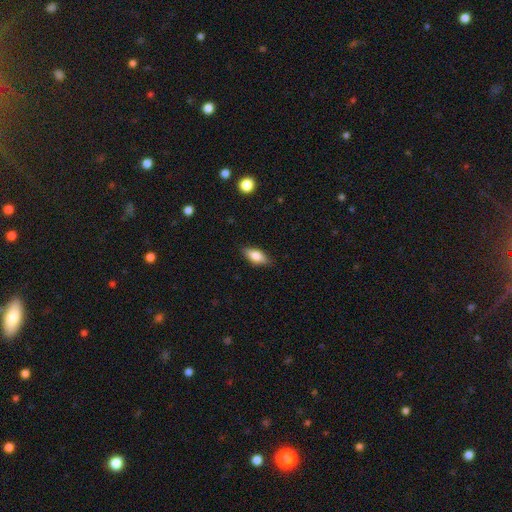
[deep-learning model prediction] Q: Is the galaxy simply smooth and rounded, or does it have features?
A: smooth — 73%.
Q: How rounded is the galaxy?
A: in between — 79%.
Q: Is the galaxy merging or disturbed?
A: none — 85%.